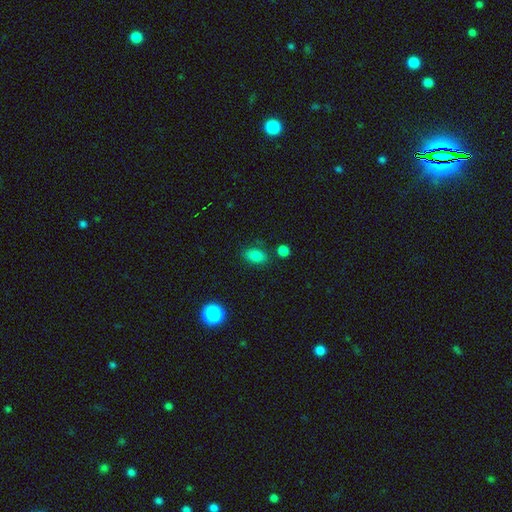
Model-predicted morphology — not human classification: Smooth or featured? smooth (81%)
How rounded? in between (82%)
Merging? none (78%)